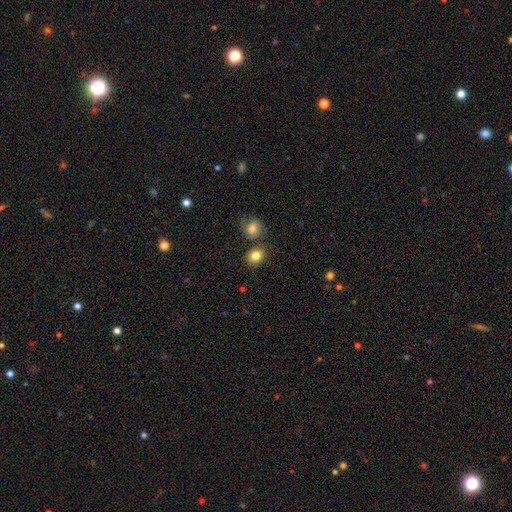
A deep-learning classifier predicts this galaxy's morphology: This is clearly a smooth galaxy (83%). How rounded: likely round (72%). Merging: likely none (71%).